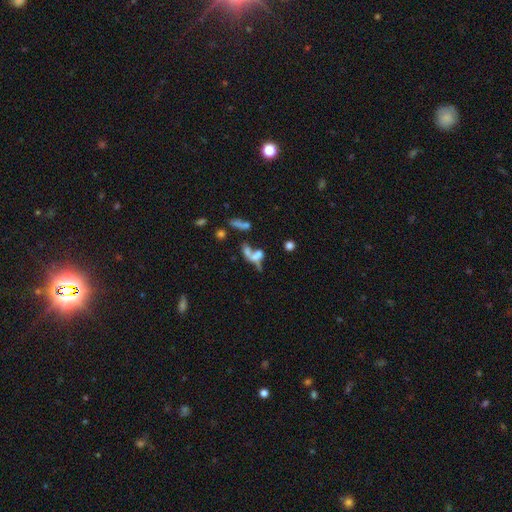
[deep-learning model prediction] Smooth or featured? Predicted: smooth (p=0.48). Merging? Predicted: merger (p=0.54).